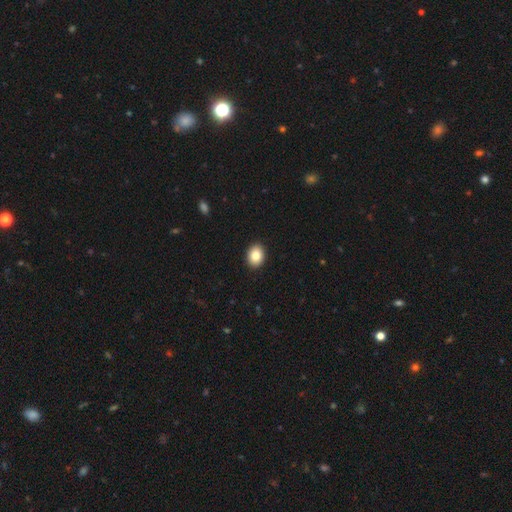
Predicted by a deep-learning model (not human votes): Q: Smooth or featured?
A: smooth (84%); runner-up: star or artifact (8%)
Q: How rounded?
A: in between (60%); runner-up: round (39%)
Q: Merging?
A: none (92%); runner-up: minor disturbance (5%)